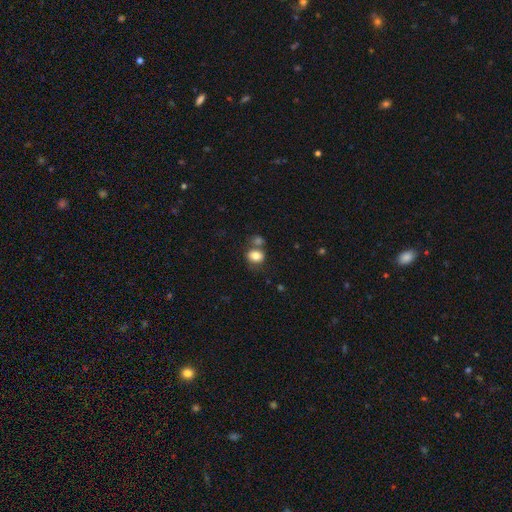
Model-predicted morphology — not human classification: Q: Smooth or featured?
A: smooth (81%); runner-up: featured or disk (10%)
Q: How rounded?
A: round (51%); runner-up: in between (48%)
Q: Merging?
A: none (53%); runner-up: merger (29%)